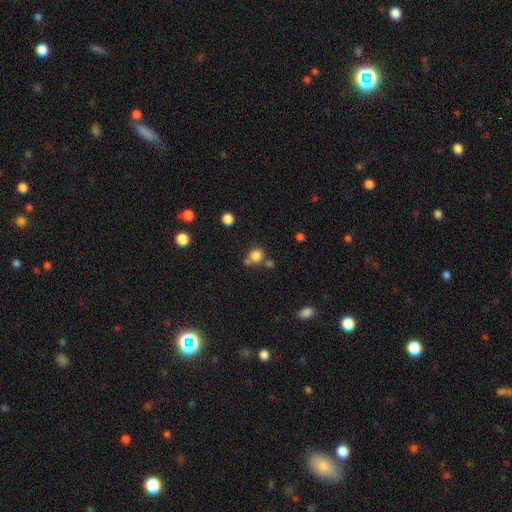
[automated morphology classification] The model was most divided on "merging": none: 57%, merger: 23%, minor disturbance: 15%, major disturbance: 6%. More confident: smooth or featured — smooth (81%); how rounded — round (81%).